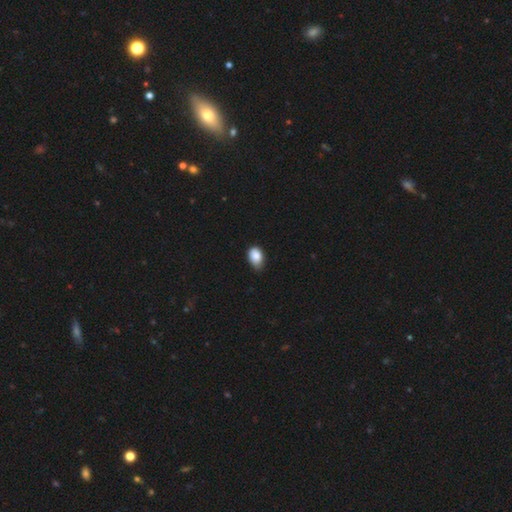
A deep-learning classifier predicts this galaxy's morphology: type=smooth (85%); roundness=in between (84%); merging=none (55%).